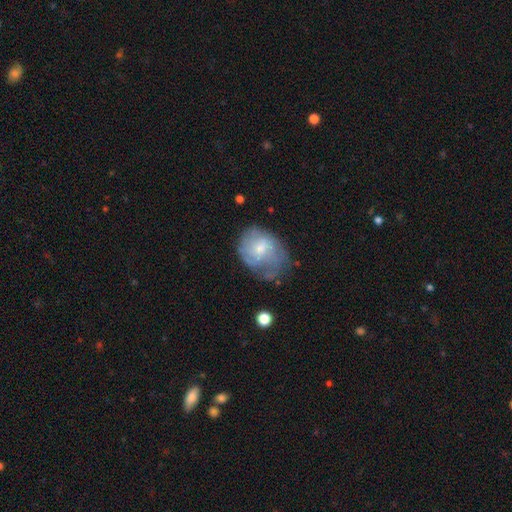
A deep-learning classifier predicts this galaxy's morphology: Q: Smooth or featured?
A: featured or disk (56%); runner-up: smooth (36%)
Q: Edge-on disk?
A: no (97%); runner-up: yes (3%)
Q: Bar?
A: no (57%); runner-up: weak (38%)
Q: Spiral arms?
A: yes (73%); runner-up: no (27%)
Q: Bulge size?
A: small (53%); runner-up: moderate (38%)
Q: Merging?
A: none (44%); runner-up: minor disturbance (32%)